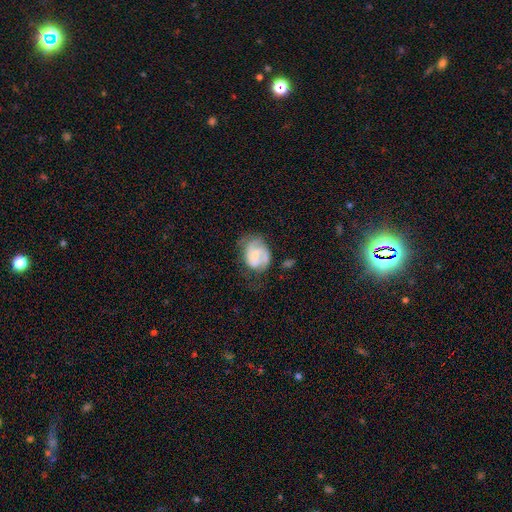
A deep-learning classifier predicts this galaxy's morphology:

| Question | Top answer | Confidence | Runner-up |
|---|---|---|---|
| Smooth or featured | featured or disk | 64% | smooth (29%) |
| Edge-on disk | no | 98% | yes (2%) |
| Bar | no | 59% | weak (35%) |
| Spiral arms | yes | 88% | no (12%) |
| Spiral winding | tight | 43% | medium (41%) |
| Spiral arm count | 2 | 53% | can't tell (20%) |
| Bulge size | small | 53% | moderate (25%) |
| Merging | none | 47% | minor disturbance (28%) |